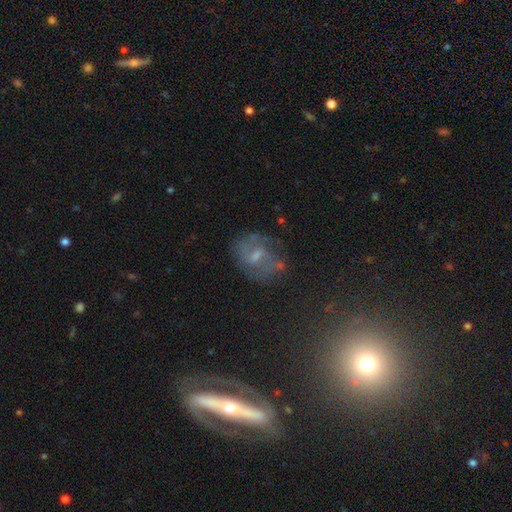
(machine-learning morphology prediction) smooth_or_featured: featured or disk (p=0.64) [alt: smooth p=0.22]
disk_edge_on: no (p=0.97) [alt: yes p=0.03]
bar: weak (p=0.55) [alt: no p=0.32]
has_spiral_arms: yes (p=0.79) [alt: no p=0.21]
bulge_size: small (p=0.44) [alt: moderate p=0.38]
merging: none (p=0.62) [alt: minor disturbance p=0.21]